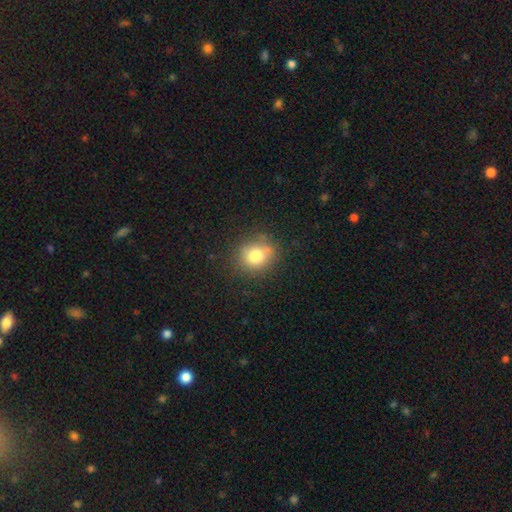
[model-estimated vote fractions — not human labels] smooth 77%, star or artifact 12%, featured or disk 11%. Down the decision tree: how rounded — round (77%); merging — none (72%).